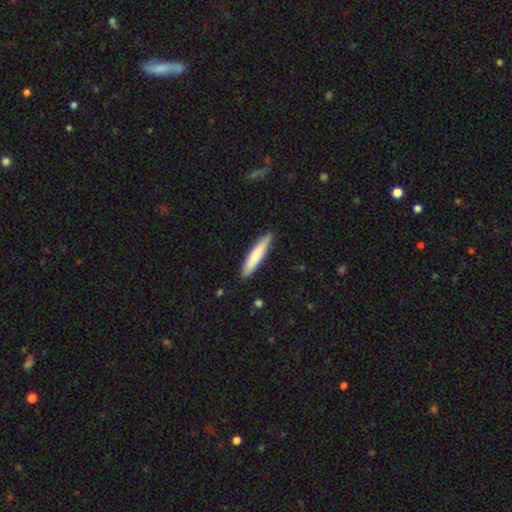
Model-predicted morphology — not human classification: Smooth or featured? Predicted: smooth (p=0.78). How rounded? Predicted: cigar-shaped (p=0.88). Merging? Predicted: none (p=0.88).